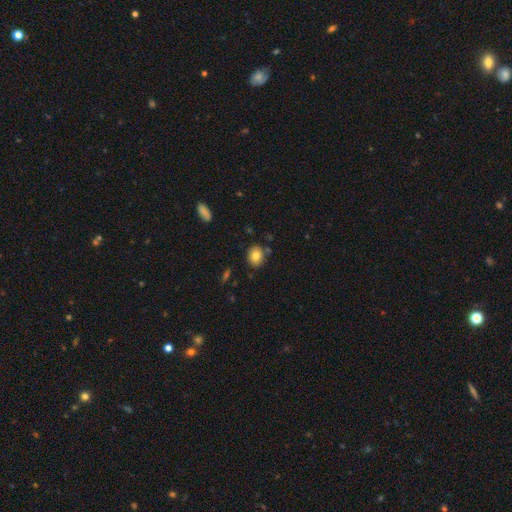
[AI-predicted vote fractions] Smooth or featured? Predicted: smooth (p=0.79). How rounded? Predicted: round (p=0.56). Merging? Predicted: none (p=0.82).